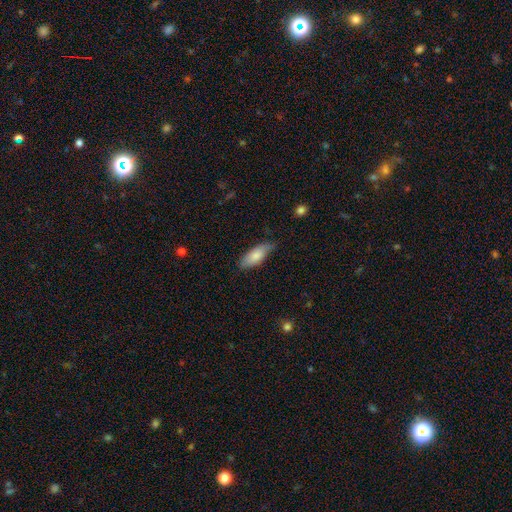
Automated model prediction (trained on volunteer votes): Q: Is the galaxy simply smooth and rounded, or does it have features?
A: smooth — 79%.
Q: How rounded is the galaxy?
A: in between — 76%.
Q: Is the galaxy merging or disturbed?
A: none — 68%.